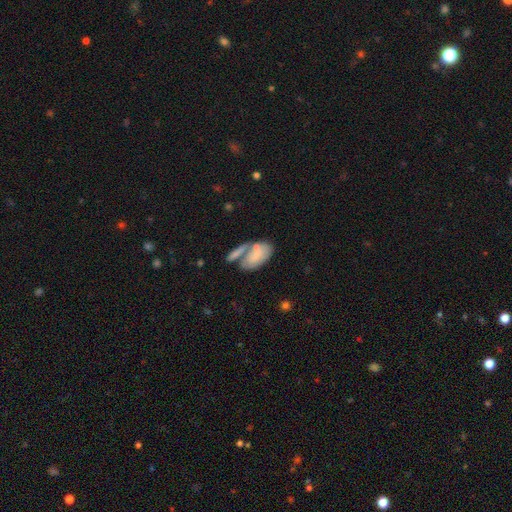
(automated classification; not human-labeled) Smooth or featured: smooth — 71% (featured or disk — 22%)
How rounded: in between — 91% (round — 4%)
Merging: merger — 44% (none — 33%)